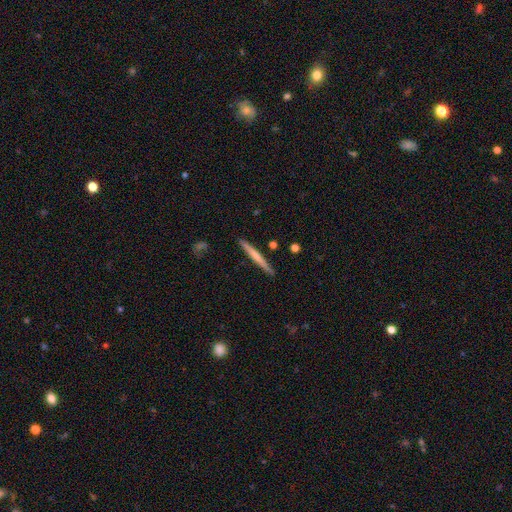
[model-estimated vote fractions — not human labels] smooth_or_featured: smooth (p=0.52) [alt: featured or disk p=0.43]
how_rounded: cigar-shaped (p=0.96) [alt: in between p=0.02]
merging: none (p=0.89) [alt: minor disturbance p=0.08]